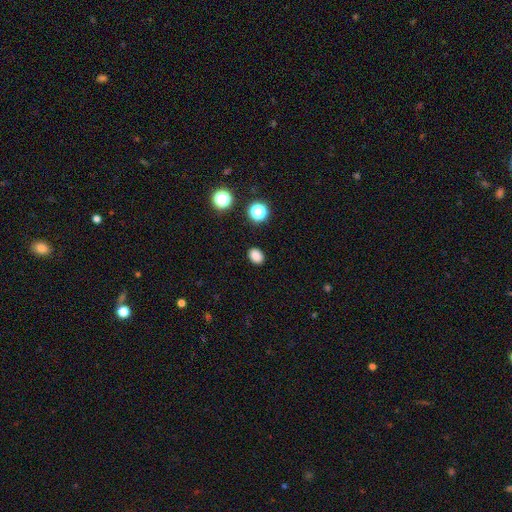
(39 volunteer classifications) A smooth galaxy with no disk features (92%) that is in between round and cigar-shaped (81%).

Vote fractions:
- Smooth or featured? smooth: 92% / star or artifact: 8% / featured or disk: 0%
- How rounded? in between: 81% / round: 19% / cigar-shaped: 0%
- Merging? none: 86% / minor disturbance: 8% / major disturbance: 6% / merger: 0%